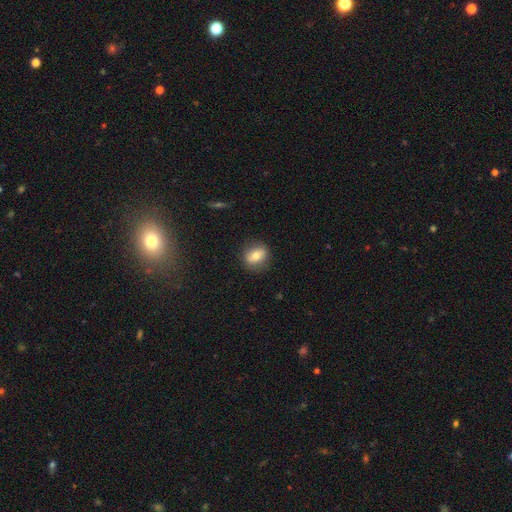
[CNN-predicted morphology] Q: Smooth or featured?
A: smooth (70%); runner-up: featured or disk (20%)
Q: How rounded?
A: round (58%); runner-up: in between (40%)
Q: Merging?
A: none (84%); runner-up: minor disturbance (11%)